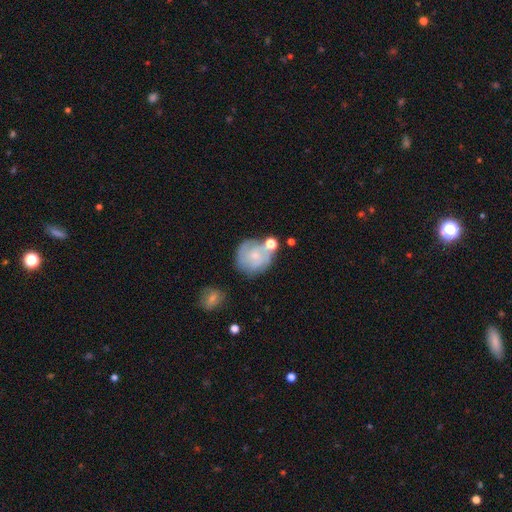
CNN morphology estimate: Smooth or featured? Predicted: featured or disk (p=0.49). Merging? Predicted: none (p=0.55).